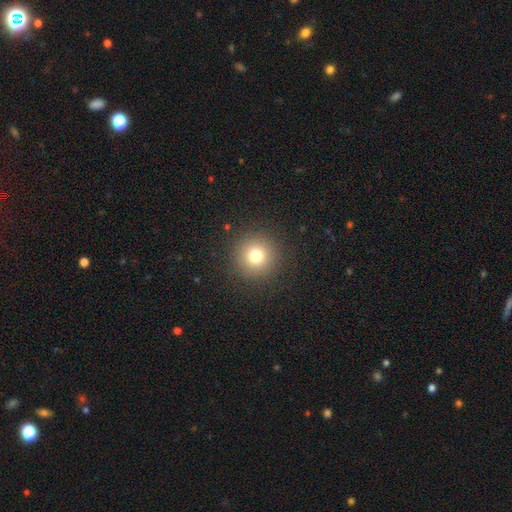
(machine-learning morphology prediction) Q: Smooth or featured?
A: smooth (76%); runner-up: star or artifact (15%)
Q: How rounded?
A: round (96%); runner-up: in between (3%)
Q: Merging?
A: none (91%); runner-up: minor disturbance (5%)